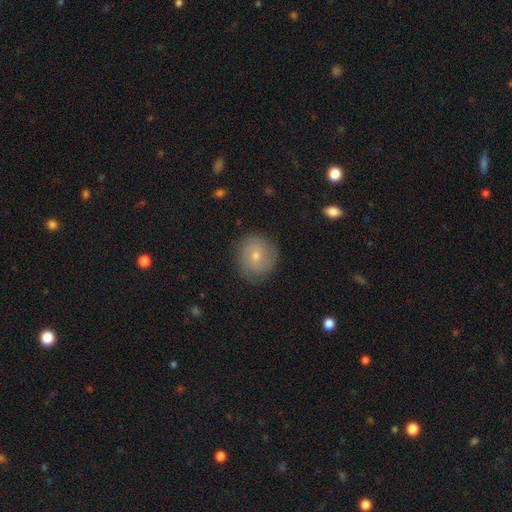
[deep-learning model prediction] Overall: smooth (53%; featured or disk 39%). How rounded: round (84%). Merging: none (80%).